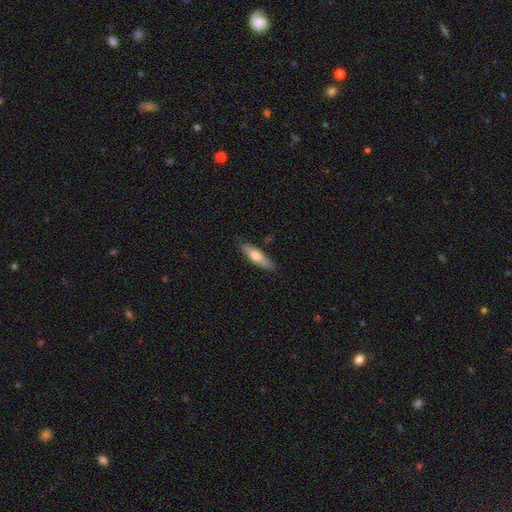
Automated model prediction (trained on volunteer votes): Smooth or featured? Predicted: smooth (p=0.66). How rounded? Predicted: cigar-shaped (p=0.62). Merging? Predicted: none (p=0.83).